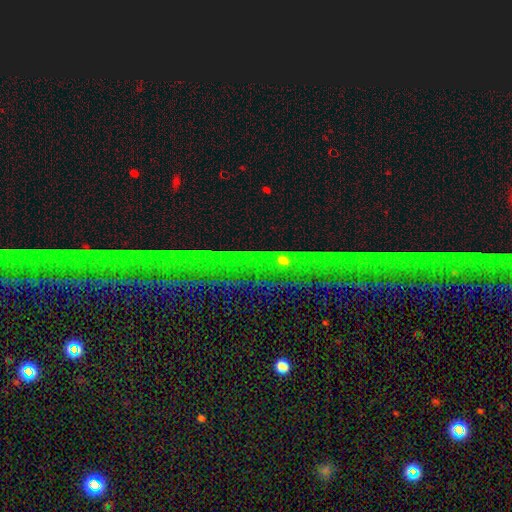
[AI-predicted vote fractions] A star or artifact, not a galaxy (84%).

Vote fractions:
- Smooth or featured? star or artifact: 84% / featured or disk: 9% / smooth: 7%